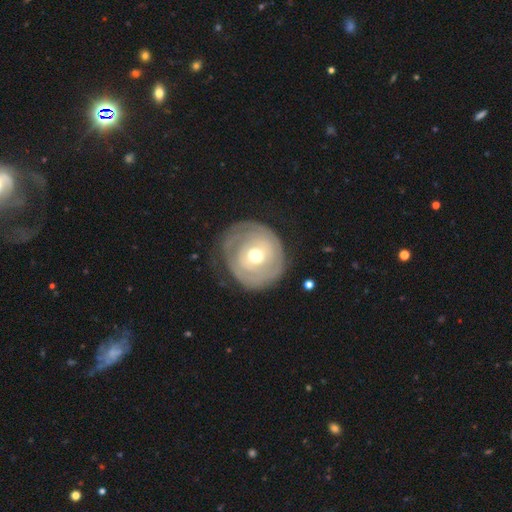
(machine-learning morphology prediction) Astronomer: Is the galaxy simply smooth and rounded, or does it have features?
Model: featured or disk — 72%.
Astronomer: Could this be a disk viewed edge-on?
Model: no — 97%.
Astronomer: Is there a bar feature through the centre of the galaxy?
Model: no — 71%.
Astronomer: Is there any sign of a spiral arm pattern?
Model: yes — 75%.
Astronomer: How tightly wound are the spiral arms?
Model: tight — 80%.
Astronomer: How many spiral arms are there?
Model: can't tell — 45% (runner-up: 2, 26%).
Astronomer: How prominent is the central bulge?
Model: moderate — 74%.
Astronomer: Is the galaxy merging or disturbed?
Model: none — 71%.